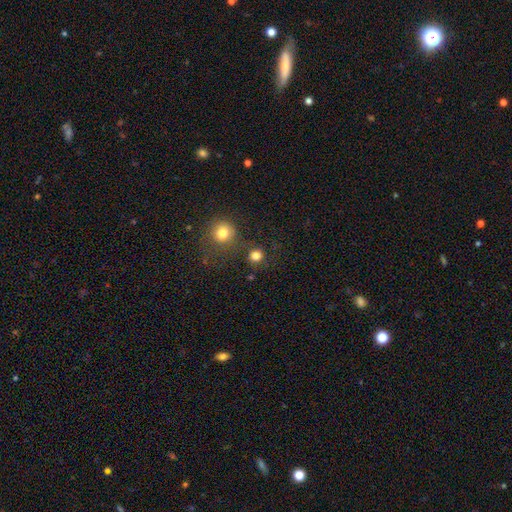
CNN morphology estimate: Q: Smooth or featured?
A: smooth (80%); runner-up: star or artifact (14%)
Q: How rounded?
A: round (91%); runner-up: in between (8%)
Q: Merging?
A: none (78%); runner-up: minor disturbance (9%)